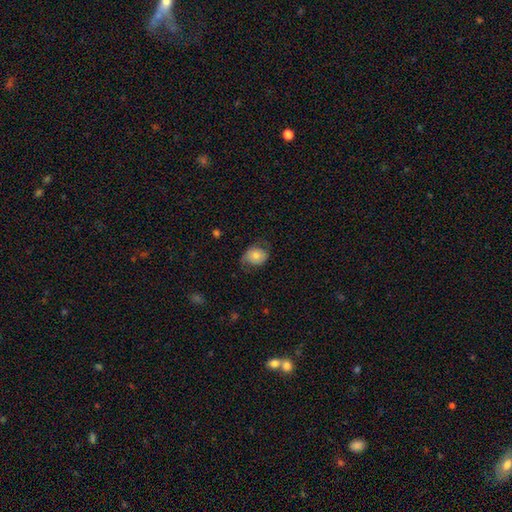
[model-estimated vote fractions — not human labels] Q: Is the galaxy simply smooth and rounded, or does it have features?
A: smooth — 63%.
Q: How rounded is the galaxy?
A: in between — 50%.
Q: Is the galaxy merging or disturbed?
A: none — 59%.